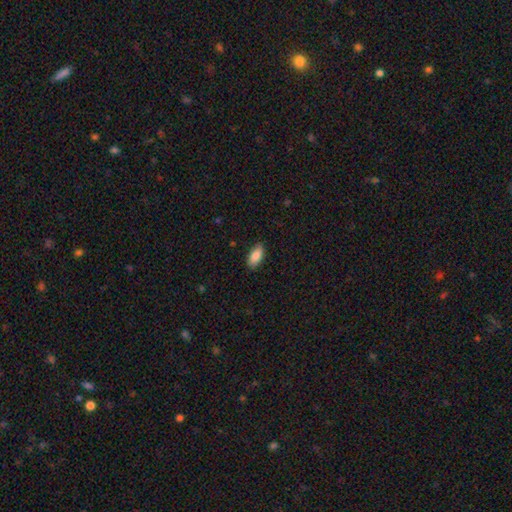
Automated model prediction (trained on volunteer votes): This appears to be a smooth galaxy with no disk features (86%) that is in between round and cigar-shaped (91%). Merging: none (87%).